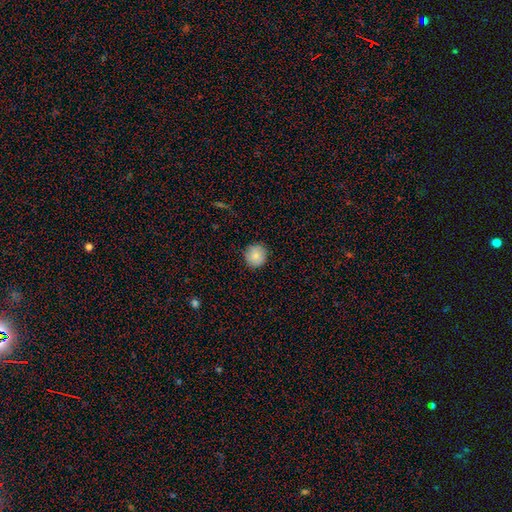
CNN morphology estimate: Smooth or featured? smooth (85%)
How rounded? round (93%)
Merging? none (89%)